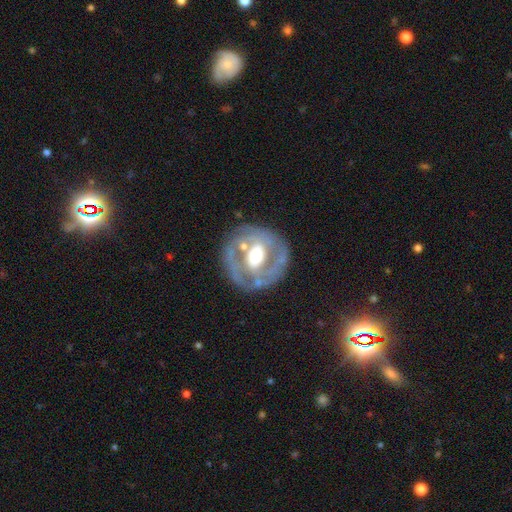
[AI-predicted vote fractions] Smooth or featured?
  - featured or disk: 75% *
  - smooth: 19%
  - star or artifact: 6%
Edge-on disk?
  - no: 96% *
  - yes: 4%
Bar?
  - weak: 35% * (tied)
  - no: 35% * (tied)
  - strong: 30%
Spiral arms?
  - yes: 60% *
  - no: 40%
Bulge size?
  - moderate: 62% *
  - large: 23%
  - small: 12%
  - dominant: 2%
  - none: 1%
Merging?
  - none: 73% *
  - minor disturbance: 15%
  - major disturbance: 8%
  - merger: 4%